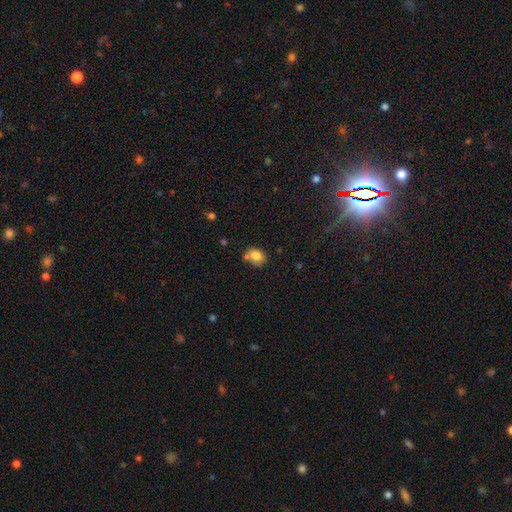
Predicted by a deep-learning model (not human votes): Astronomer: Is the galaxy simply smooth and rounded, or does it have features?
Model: smooth — 81%.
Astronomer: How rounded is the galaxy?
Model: round — 52% (runner-up: in between, 47%).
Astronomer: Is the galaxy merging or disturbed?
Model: none — 59%.